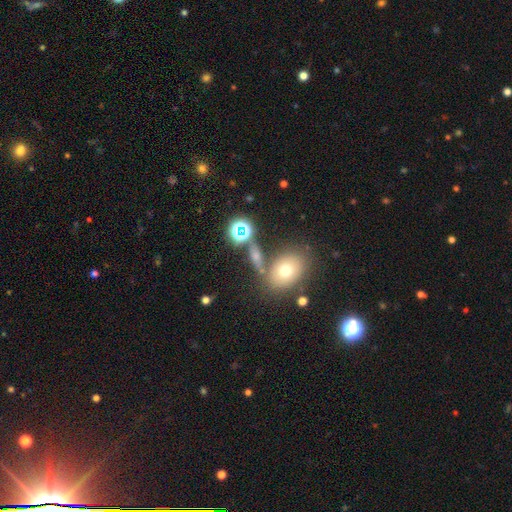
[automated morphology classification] smooth-or-featured: smooth: 47% | star or artifact: 27% | featured or disk: 26%
  merging: none: 66% | merger: 17% | minor disturbance: 11% | major disturbance: 6%